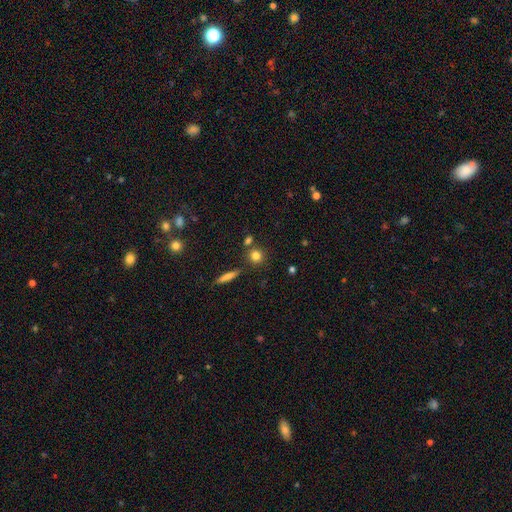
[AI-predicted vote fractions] Smooth or featured? smooth (80%)
How rounded? round (86%)
Merging? none (76%)